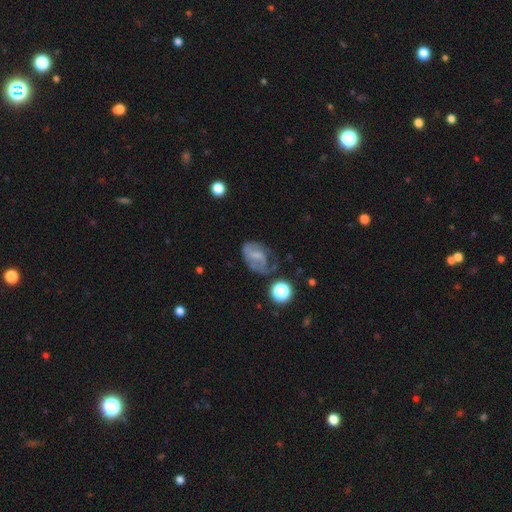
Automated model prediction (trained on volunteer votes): Smooth or featured? Predicted: featured or disk (p=0.48). Merging? Predicted: none (p=0.42).